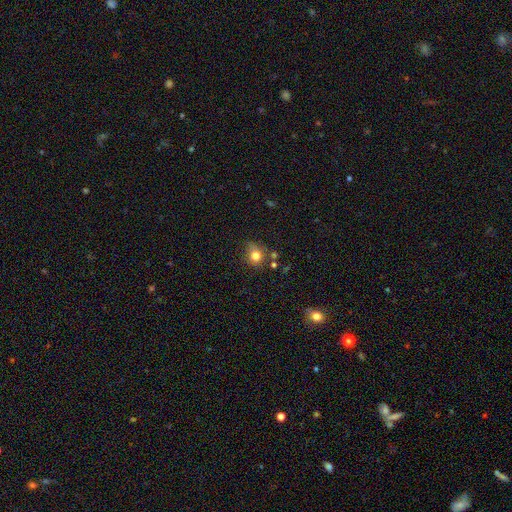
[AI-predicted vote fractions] Overall: smooth (78%). How rounded: round (80%). Merging: none (63%).